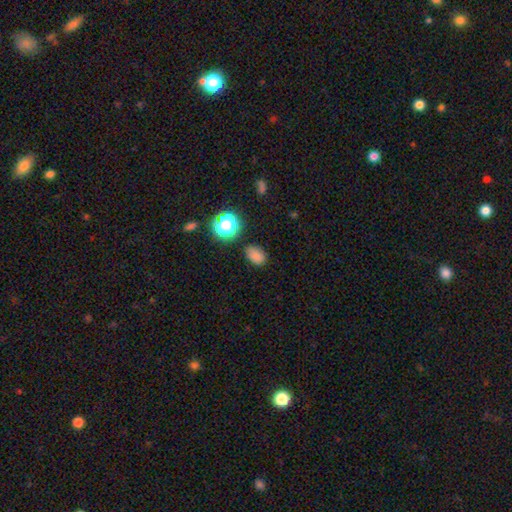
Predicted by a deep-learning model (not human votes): Smooth or featured?
  - smooth: 78% *
  - star or artifact: 17%
  - featured or disk: 5%
How rounded?
  - in between: 75% *
  - round: 24%
  - cigar-shaped: 1%
Merging?
  - none: 78% *
  - minor disturbance: 14%
  - major disturbance: 4%
  - merger: 3%